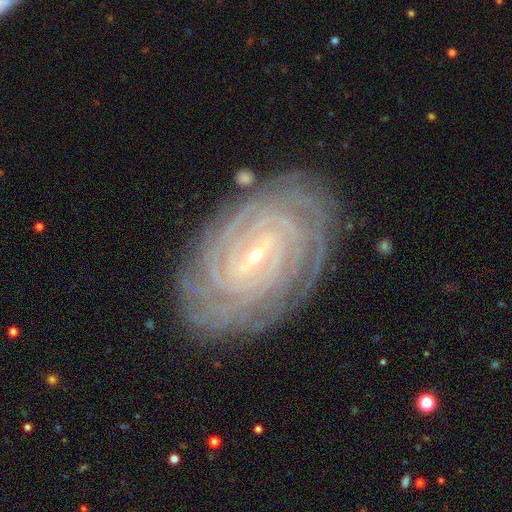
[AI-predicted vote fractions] This is clearly a featured or disk galaxy (92%). It is clearly not viewed edge-on (97%). Bar: marginally weak (44%). Spiral arm pattern: clearly yes (98%). Spiral arm count: marginally 4 (34%). Spiral winding: clearly tight (88%). Central bulge: clearly small (81%). Merging: clearly none (81%).